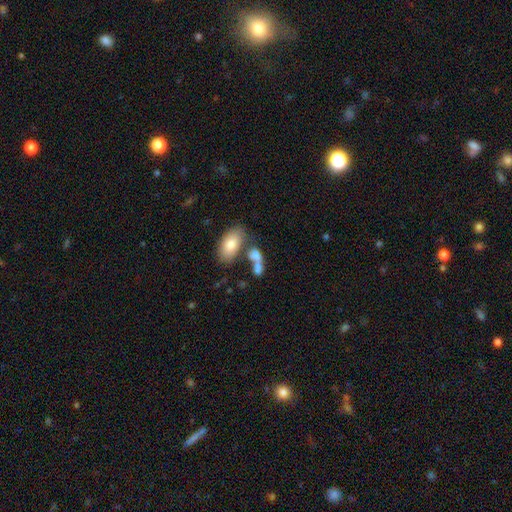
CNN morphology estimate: This is likely a smooth galaxy (74%). How rounded: clearly in between (81%). Merging: possibly merger (47%).